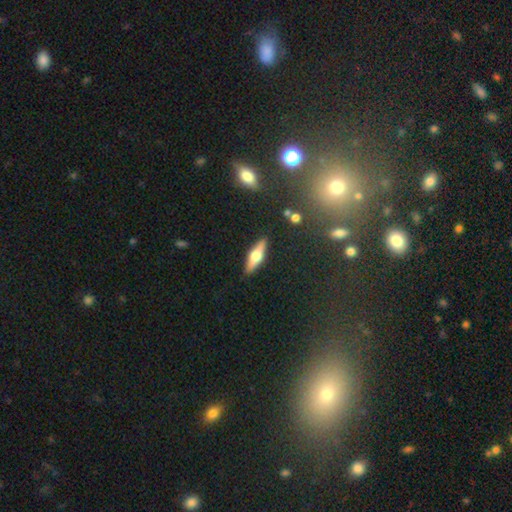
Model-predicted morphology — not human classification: Smooth or featured? featured or disk (52%)
Edge-on disk? yes (93%)
Merging? none (89%)